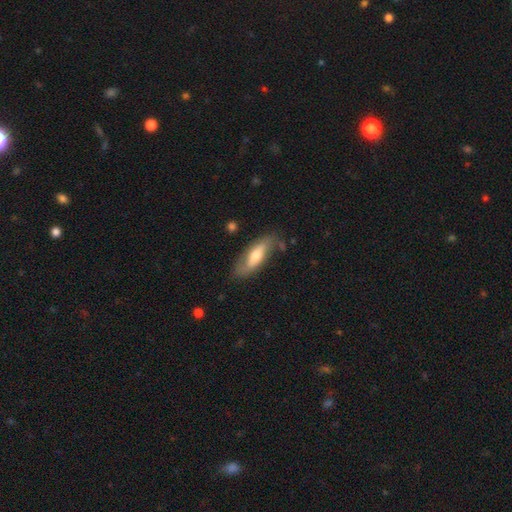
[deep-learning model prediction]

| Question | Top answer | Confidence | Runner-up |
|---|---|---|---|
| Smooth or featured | smooth | 51% | featured or disk (44%) |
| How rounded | in between | 56% | cigar-shaped (41%) |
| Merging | none | 72% | minor disturbance (20%) |